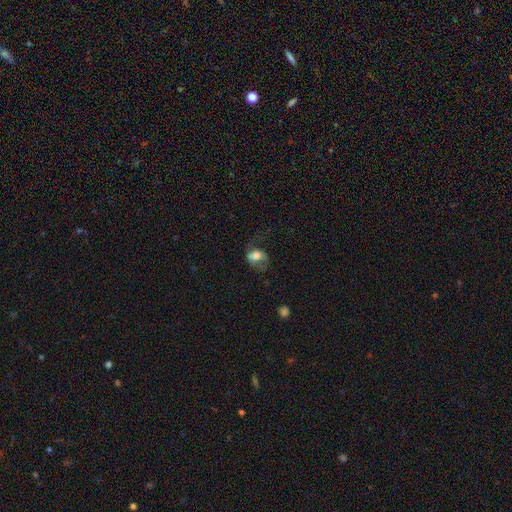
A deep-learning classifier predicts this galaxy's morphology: This appears to be a smooth galaxy with no disk features (58%) that is in between round and cigar-shaped (72%). Merging: none (39%).